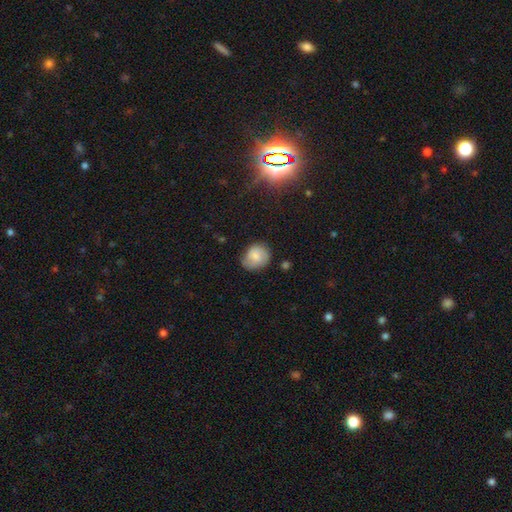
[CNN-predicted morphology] Smooth or featured?
  - smooth: 71% *
  - featured or disk: 20%
  - star or artifact: 8%
How rounded?
  - round: 69% *
  - in between: 30%
  - cigar-shaped: 1%
Merging?
  - none: 67% *
  - minor disturbance: 25%
  - major disturbance: 6%
  - merger: 2%